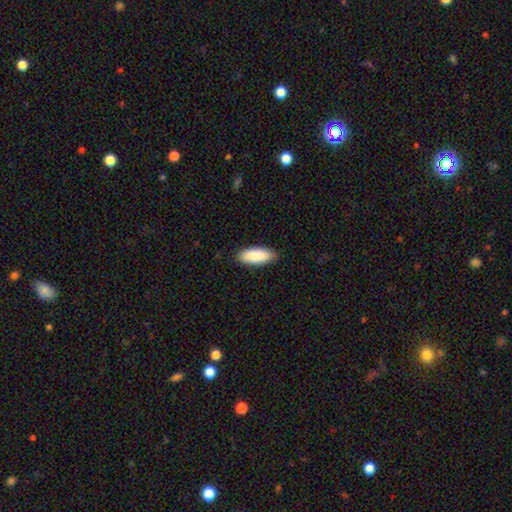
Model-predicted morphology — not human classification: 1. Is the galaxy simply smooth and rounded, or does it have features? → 90% smooth, 5% star or artifact, 5% featured or disk.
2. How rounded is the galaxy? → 80% in between, 19% cigar-shaped, 2% round.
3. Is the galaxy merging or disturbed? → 87% none, 10% minor disturbance, 2% major disturbance, 1% merger.